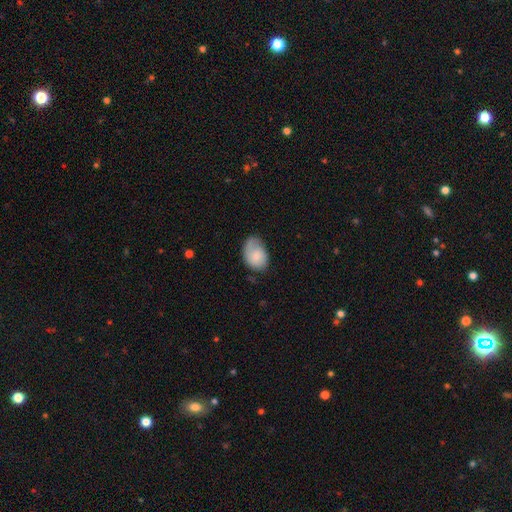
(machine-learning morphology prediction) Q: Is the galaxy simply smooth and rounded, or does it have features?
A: smooth — 72%.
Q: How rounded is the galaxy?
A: in between — 80%.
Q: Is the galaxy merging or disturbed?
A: none — 50%.